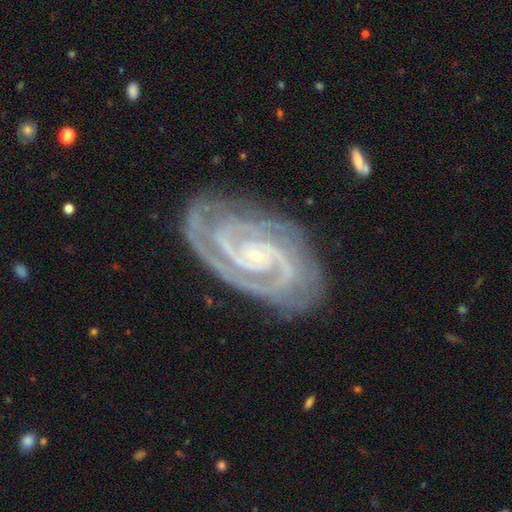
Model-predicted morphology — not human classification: Overall: featured or disk (93%). Edge-on disk: no (97%). Bar: no (63%; weak 24%). Spiral arms: yes (99%). Spiral arm count: 2 (64%). Spiral winding: tight (75%). Bulge size: small (86%). Merging: none (79%).